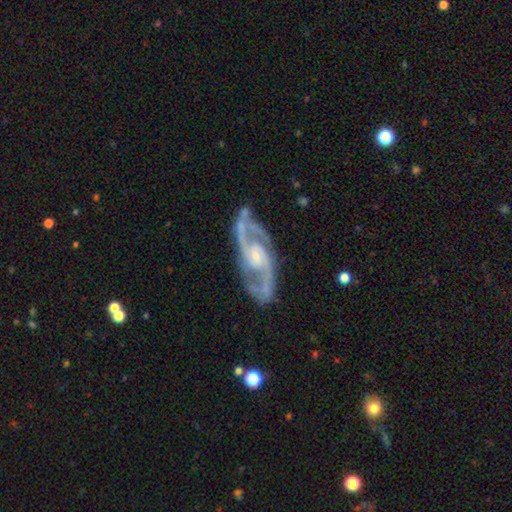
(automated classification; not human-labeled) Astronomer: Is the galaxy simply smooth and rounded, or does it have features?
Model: featured or disk — 93%.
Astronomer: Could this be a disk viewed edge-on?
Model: no — 96%.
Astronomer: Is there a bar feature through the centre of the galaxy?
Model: no — 47% (runner-up: weak, 39%).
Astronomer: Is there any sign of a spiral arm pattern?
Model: yes — 98%.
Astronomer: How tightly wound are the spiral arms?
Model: medium — 62%.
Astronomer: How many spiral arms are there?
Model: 2 — 91%.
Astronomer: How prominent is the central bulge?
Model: small — 60%.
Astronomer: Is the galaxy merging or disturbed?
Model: none — 79%.